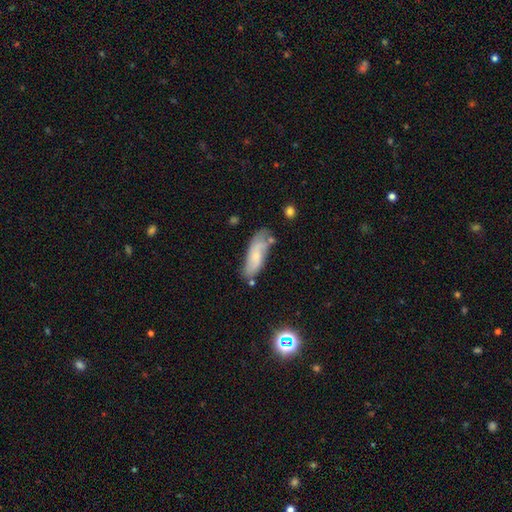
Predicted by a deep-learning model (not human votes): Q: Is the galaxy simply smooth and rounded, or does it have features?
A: smooth — 55%.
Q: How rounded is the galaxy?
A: in between — 65%.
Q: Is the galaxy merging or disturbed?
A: none — 56%.